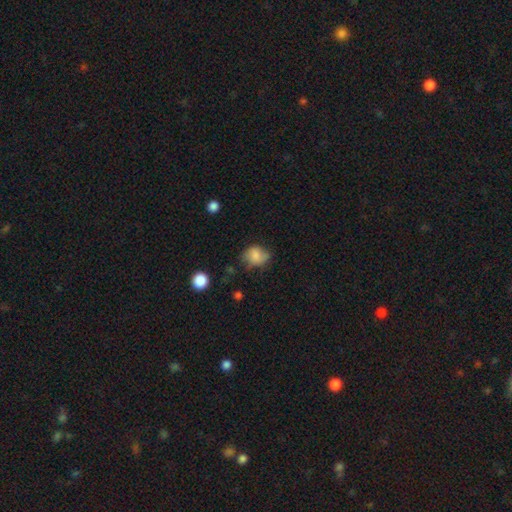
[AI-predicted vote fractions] Morphology: type=smooth (78%); roundness=round (58%); merging=none (54%).